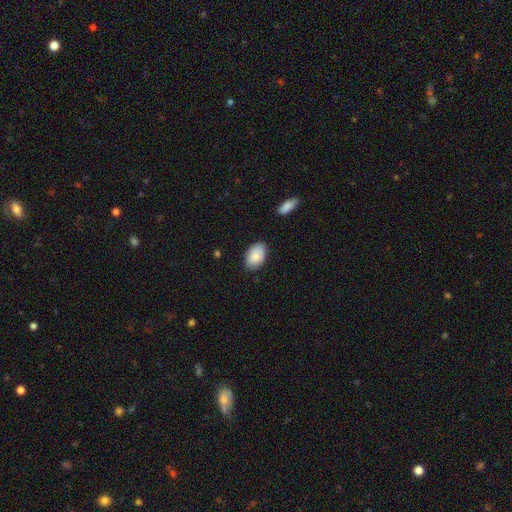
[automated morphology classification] Smooth or featured: smooth — 86% (featured or disk — 8%)
How rounded: in between — 90% (round — 9%)
Merging: none — 81% (minor disturbance — 15%)